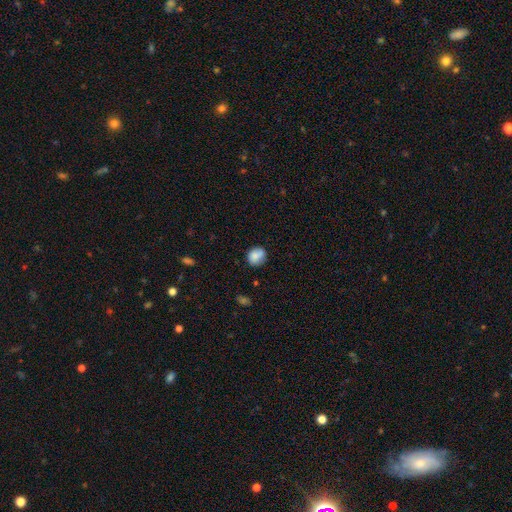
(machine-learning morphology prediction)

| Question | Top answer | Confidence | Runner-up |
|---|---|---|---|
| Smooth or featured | smooth | 82% | featured or disk (9%) |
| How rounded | round | 67% | in between (32%) |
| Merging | none | 73% | minor disturbance (20%) |